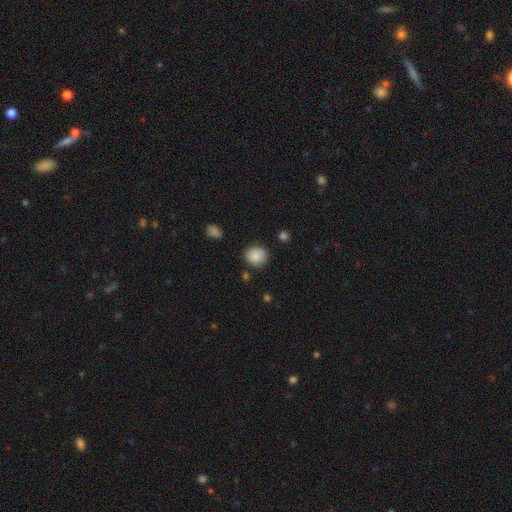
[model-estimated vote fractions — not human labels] Morphology: type=smooth (87%); roundness=round (78%); merging=none (81%).